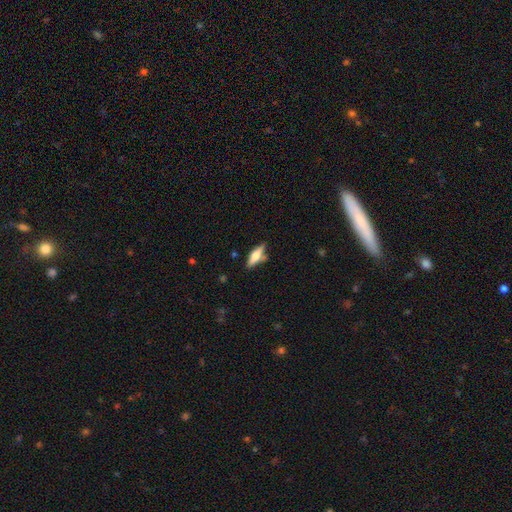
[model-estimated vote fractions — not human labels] A smooth galaxy with no disk features (48%). Merging: none (72%).